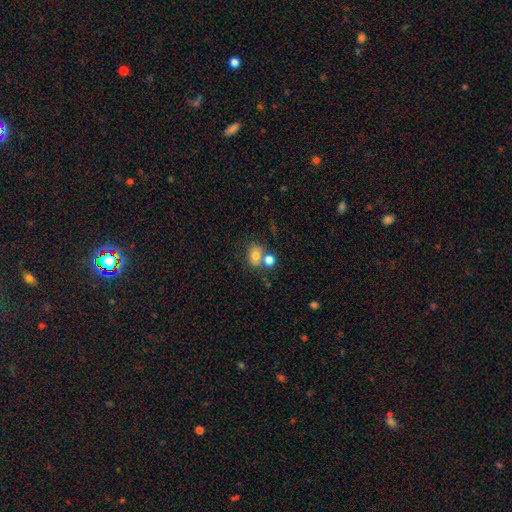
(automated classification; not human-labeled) Smooth or featured: smooth — 74% (featured or disk — 14%)
How rounded: in between — 52% (round — 47%)
Merging: none — 50% (merger — 33%)